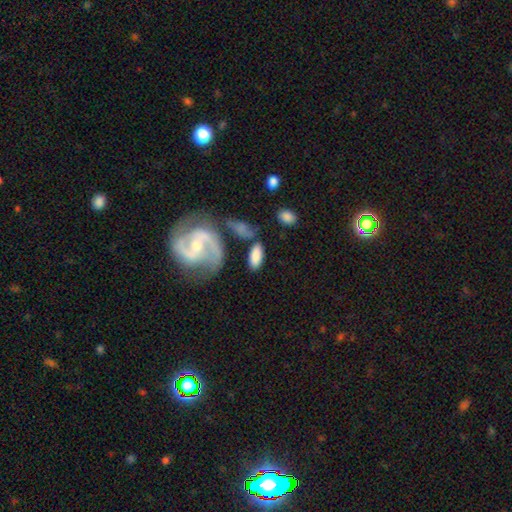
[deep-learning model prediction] Smooth or featured? Predicted: smooth (p=0.72). How rounded? Predicted: in between (p=0.87). Merging? Predicted: none (p=0.67).